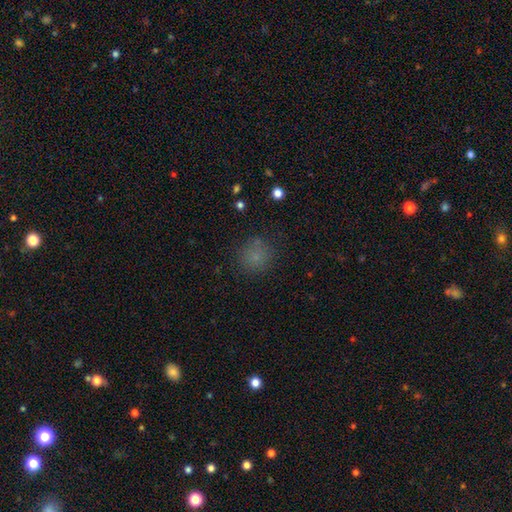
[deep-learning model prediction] Smooth or featured?
  - smooth: 73% *
  - star or artifact: 19%
  - featured or disk: 8%
How rounded?
  - round: 88% *
  - in between: 11%
  - cigar-shaped: 1%
Merging?
  - none: 79% *
  - minor disturbance: 12%
  - major disturbance: 5%
  - merger: 3%